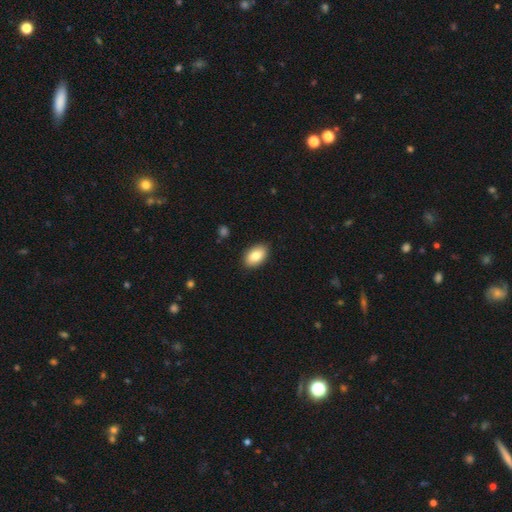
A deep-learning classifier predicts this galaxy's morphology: smooth 83%, featured or disk 10%, star or artifact 7%. Down the decision tree: how rounded — in between (91%); merging — none (89%).